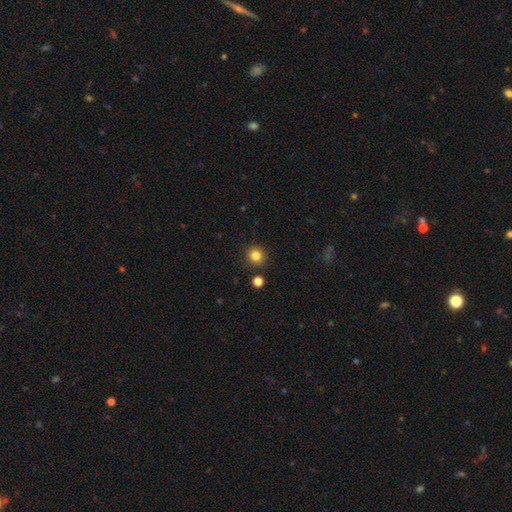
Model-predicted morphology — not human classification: Smooth or featured? smooth (82%)
How rounded? round (91%)
Merging? none (89%)